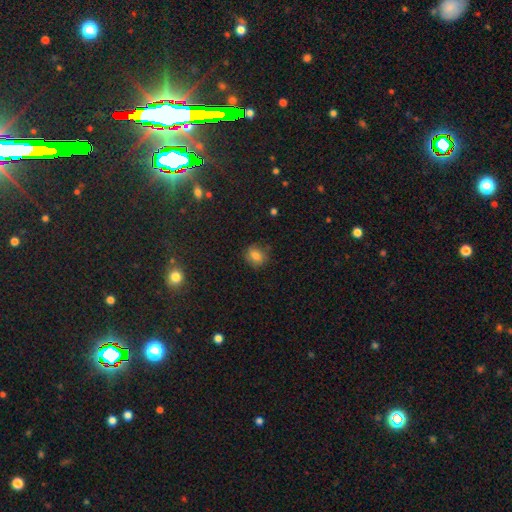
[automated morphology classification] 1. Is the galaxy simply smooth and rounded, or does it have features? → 79% smooth, 13% star or artifact, 8% featured or disk.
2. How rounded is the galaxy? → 77% round, 21% in between, 1% cigar-shaped.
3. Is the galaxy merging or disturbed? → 82% none, 14% minor disturbance, 3% major disturbance, 2% merger.